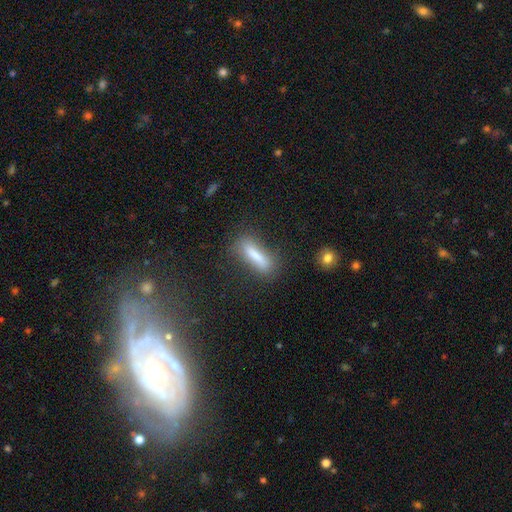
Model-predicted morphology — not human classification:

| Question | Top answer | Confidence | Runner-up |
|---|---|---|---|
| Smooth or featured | smooth | 73% | featured or disk (18%) |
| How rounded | cigar-shaped | 72% | in between (26%) |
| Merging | none | 71% | minor disturbance (18%) |